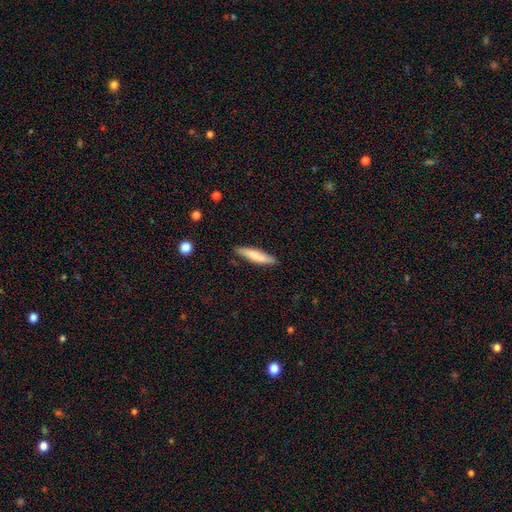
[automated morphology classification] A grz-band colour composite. It shows a smooth galaxy with no disk features (73%) that is cigar-shaped (84%). Merging: none (84%).